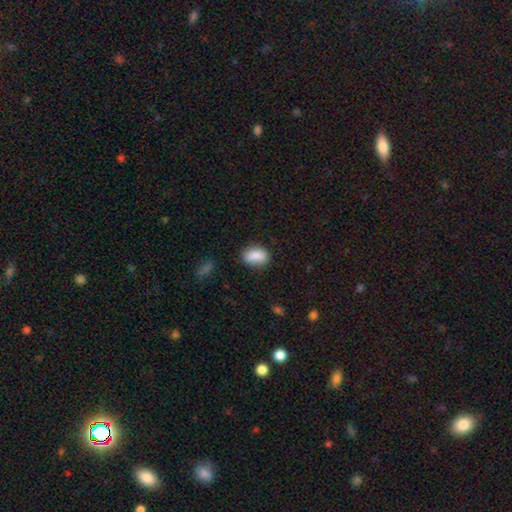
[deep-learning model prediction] Morphology: type=smooth (84%); roundness=in between (80%); merging=none (74%).